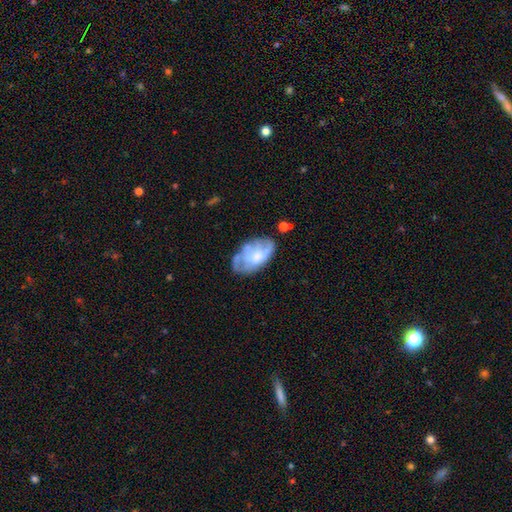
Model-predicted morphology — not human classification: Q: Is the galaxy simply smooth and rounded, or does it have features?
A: featured or disk — 56%.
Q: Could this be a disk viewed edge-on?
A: no — 96%.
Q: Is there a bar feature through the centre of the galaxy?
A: no — 78%.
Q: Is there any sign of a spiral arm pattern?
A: no — 62%.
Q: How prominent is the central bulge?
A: moderate — 31%, tied with none.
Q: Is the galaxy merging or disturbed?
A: none — 53%.